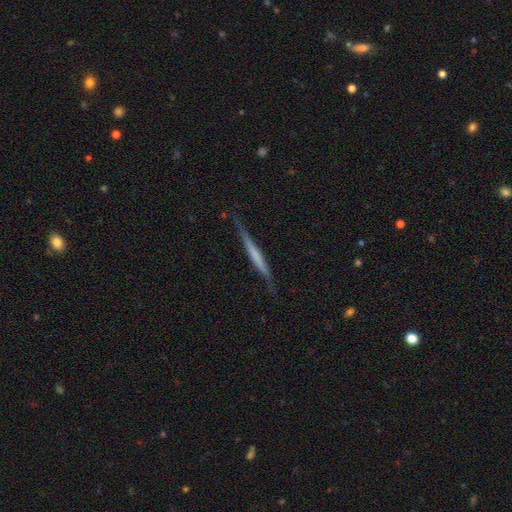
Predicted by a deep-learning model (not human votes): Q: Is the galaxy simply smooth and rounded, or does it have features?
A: featured or disk — 57%.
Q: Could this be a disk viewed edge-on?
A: yes — 96%.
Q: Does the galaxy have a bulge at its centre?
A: none — 72%.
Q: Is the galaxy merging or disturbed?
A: none — 78%.